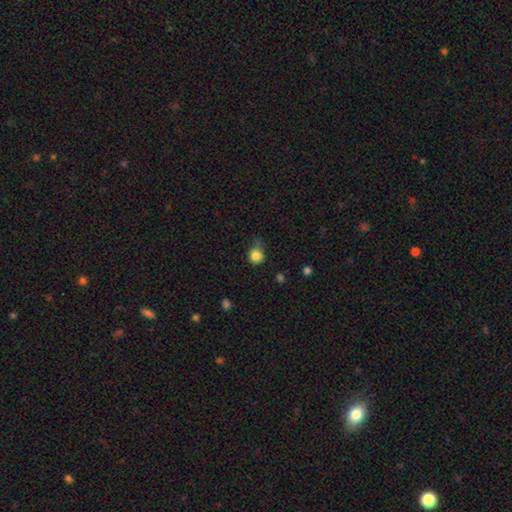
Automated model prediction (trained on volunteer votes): smooth-or-featured: smooth: 84% | star or artifact: 11% | featured or disk: 5%
  how-rounded: round: 84% | in between: 15% | cigar-shaped: 1%
  merging: none: 57% | minor disturbance: 32% | major disturbance: 8% | merger: 3%